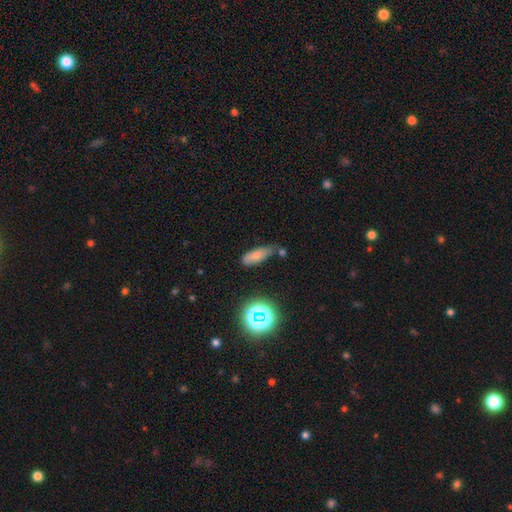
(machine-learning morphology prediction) smooth 71%, star or artifact 15%, featured or disk 14%. Down the decision tree: how rounded — in between (65%); merging — none (55%).